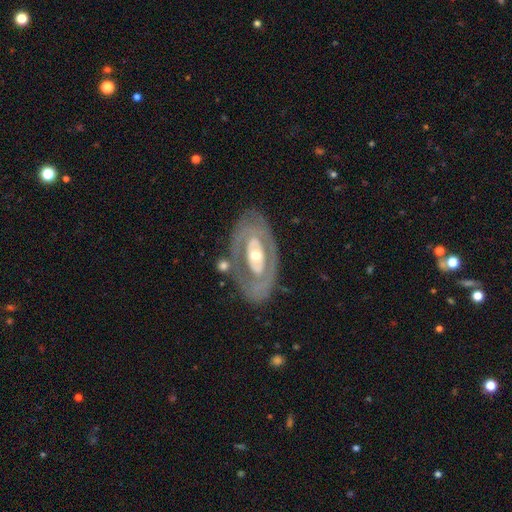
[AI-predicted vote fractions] Smooth or featured? Predicted: featured or disk (p=0.77). Edge-on disk? Predicted: no (p=0.91). Bar? Predicted: no (p=0.72). Spiral arms? Predicted: no (p=0.57). Bulge size? Predicted: moderate (p=0.66). Merging? Predicted: none (p=0.72).